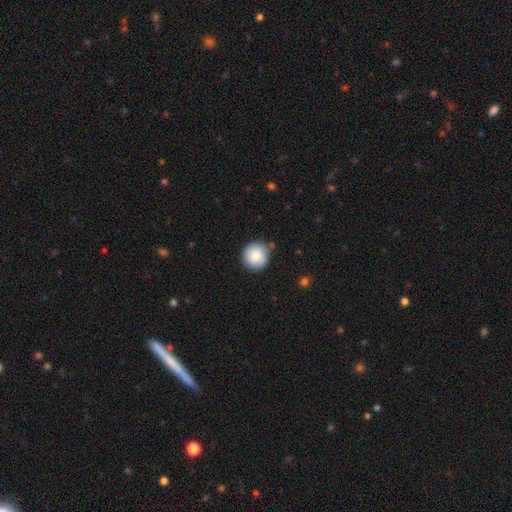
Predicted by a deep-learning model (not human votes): This appears to be a smooth galaxy with no disk features (84%) that is round (94%). Merging: none (81%).